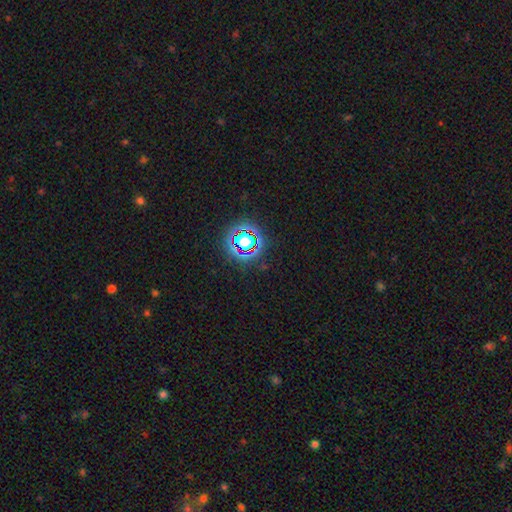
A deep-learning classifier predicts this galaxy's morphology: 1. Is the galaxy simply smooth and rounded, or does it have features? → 79% star or artifact, 13% smooth, 8% featured or disk.